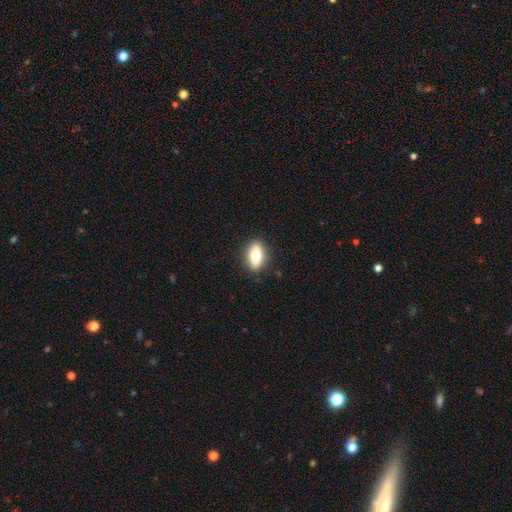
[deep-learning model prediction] Q: Smooth or featured?
A: smooth (70%); runner-up: featured or disk (22%)
Q: How rounded?
A: in between (83%); runner-up: cigar-shaped (9%)
Q: Merging?
A: none (88%); runner-up: minor disturbance (9%)